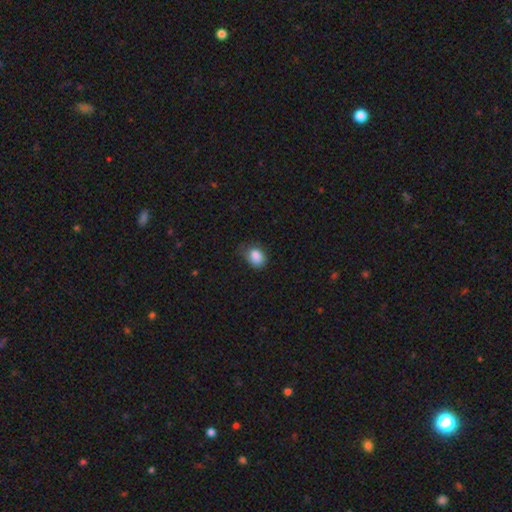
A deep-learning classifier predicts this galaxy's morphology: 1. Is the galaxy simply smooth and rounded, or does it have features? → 87% smooth, 8% star or artifact, 5% featured or disk.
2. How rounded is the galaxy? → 61% in between, 38% round, 1% cigar-shaped.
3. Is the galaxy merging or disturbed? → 55% none, 34% minor disturbance, 9% major disturbance, 1% merger.